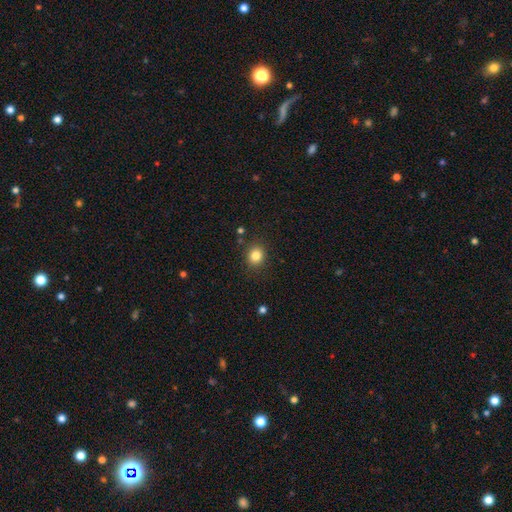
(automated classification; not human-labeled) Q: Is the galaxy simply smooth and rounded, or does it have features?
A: smooth — 83%.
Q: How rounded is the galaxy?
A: round — 77%.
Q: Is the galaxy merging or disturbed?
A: none — 86%.